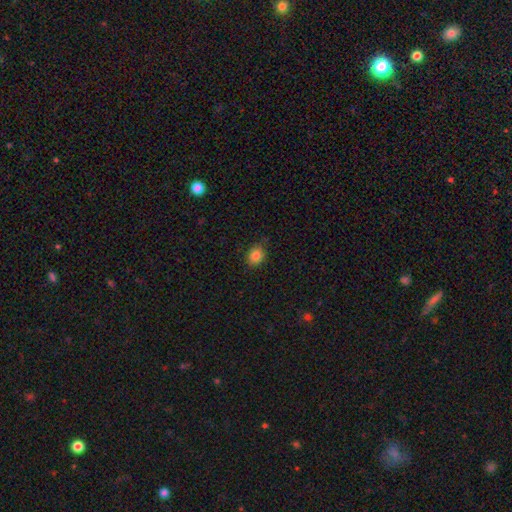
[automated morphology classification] type=smooth (84%); roundness=round (52%); merging=none (79%).